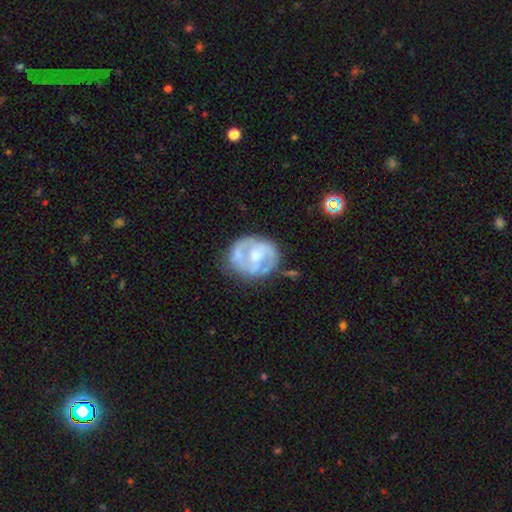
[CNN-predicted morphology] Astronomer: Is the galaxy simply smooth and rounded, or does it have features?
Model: featured or disk — 74%.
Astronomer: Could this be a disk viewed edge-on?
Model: no — 98%.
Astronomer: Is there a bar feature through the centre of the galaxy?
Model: no — 44% (runner-up: weak, 40%).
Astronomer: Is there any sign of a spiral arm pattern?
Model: yes — 71%.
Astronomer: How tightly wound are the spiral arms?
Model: medium — 45% (runner-up: tight, 36%).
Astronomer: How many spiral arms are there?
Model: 2 — 69%.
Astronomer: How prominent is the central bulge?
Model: moderate — 51% (runner-up: small, 39%).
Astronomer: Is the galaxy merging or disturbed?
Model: none — 63%.